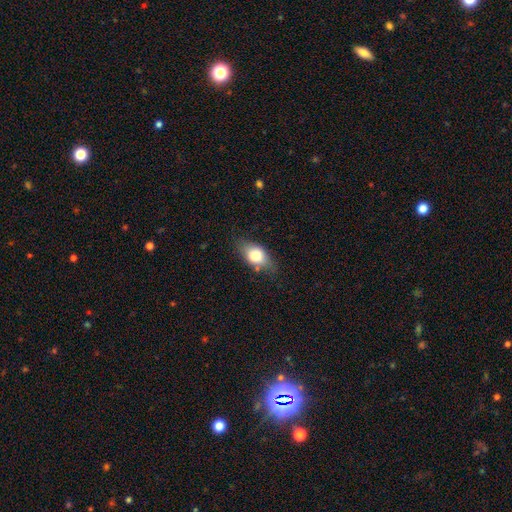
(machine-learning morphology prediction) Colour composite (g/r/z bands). It shows a smooth galaxy with no disk features (76%) that is in between round and cigar-shaped (84%). Merging: none (71%).